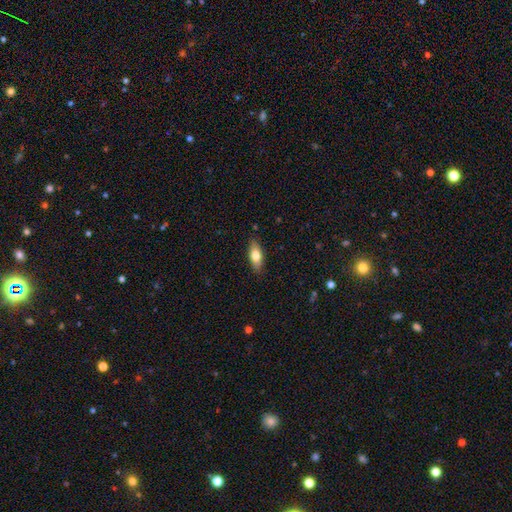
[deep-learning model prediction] Overall: smooth (74%). How rounded: in between (77%). Merging: none (86%).